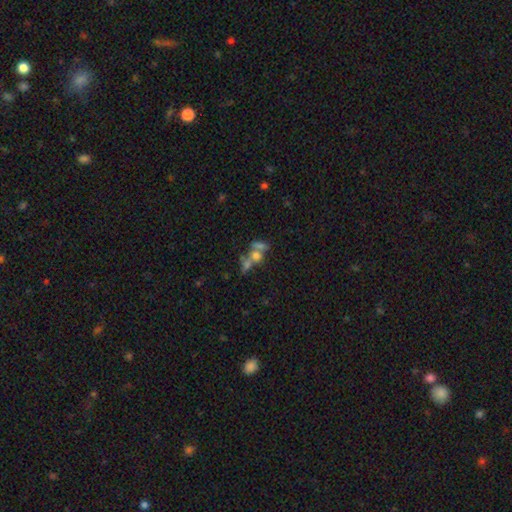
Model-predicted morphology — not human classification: smooth_or_featured: smooth (p=0.40) [alt: featured or disk p=0.36]
merging: merger (p=0.52) [alt: none p=0.30]